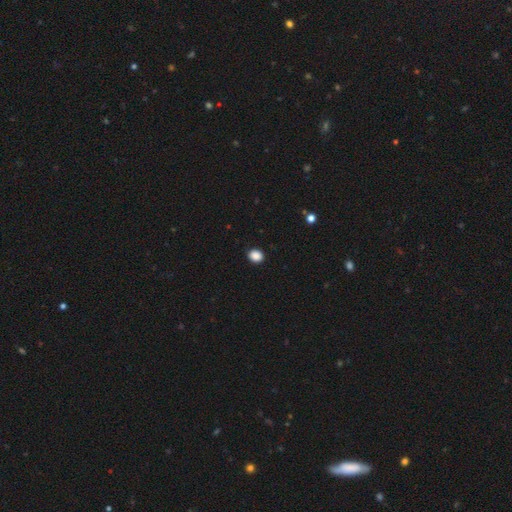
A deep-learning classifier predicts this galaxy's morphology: Smooth or featured: smooth — 88% (star or artifact — 9%)
How rounded: round — 66% (in between — 33%)
Merging: none — 91% (minor disturbance — 6%)